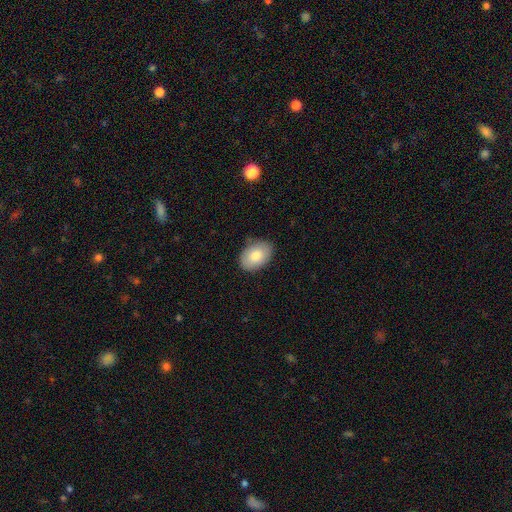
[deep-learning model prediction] smooth_or_featured: smooth (p=0.80) [alt: featured or disk p=0.14]
how_rounded: in between (p=0.84) [alt: round p=0.16]
merging: none (p=0.83) [alt: minor disturbance p=0.14]